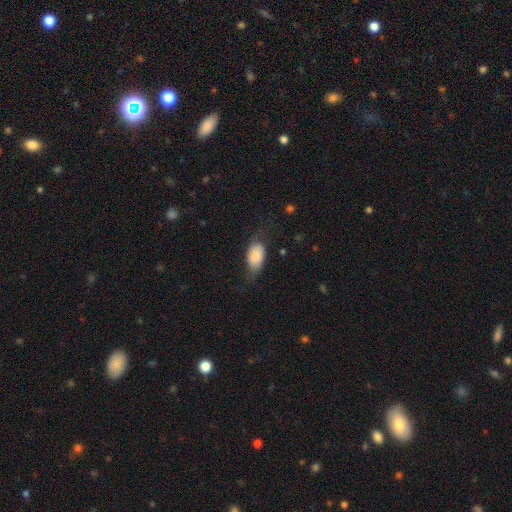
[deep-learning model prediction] Overall: smooth (74%). How rounded: in between (91%). Merging: none (50%; minor disturbance 30%).